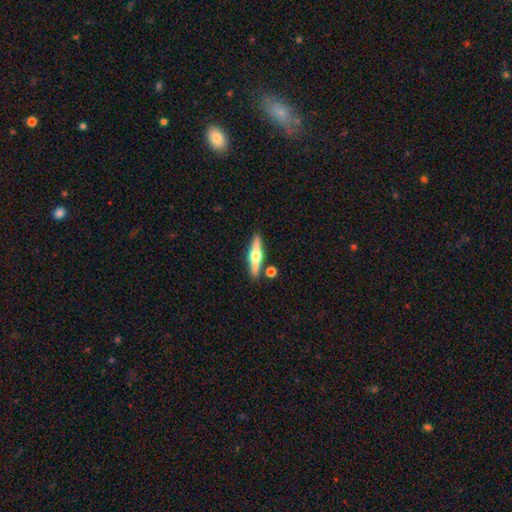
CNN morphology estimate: This is likely a featured or disk galaxy (69%). It is clearly viewed edge-on (97%). Edge-on bulge: clearly rounded (96%). Merging: clearly none (85%).